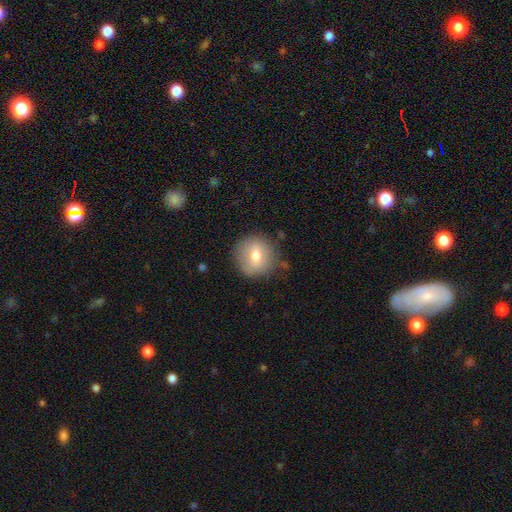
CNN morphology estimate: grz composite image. It shows a smooth galaxy with no disk features (68%) that is round (91%). Merging: none (81%).